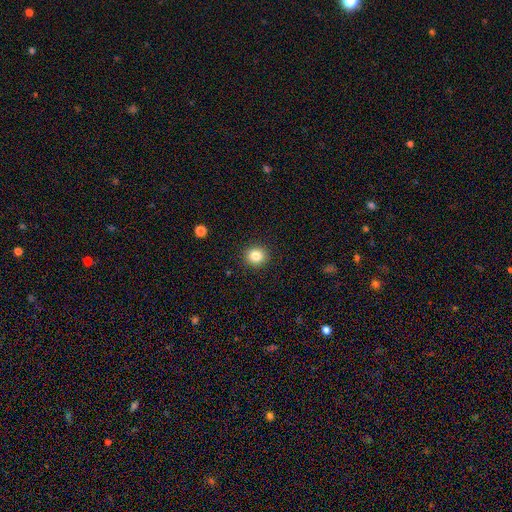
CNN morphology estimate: type=smooth (84%); roundness=round (86%); merging=none (91%).